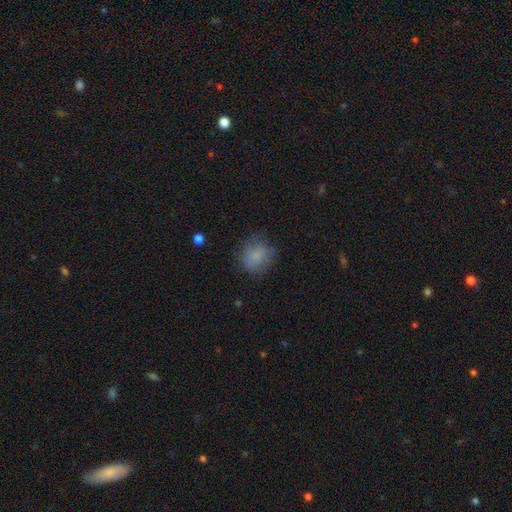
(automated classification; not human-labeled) Smooth or featured? Predicted: smooth (p=0.77). How rounded? Predicted: round (p=0.70). Merging? Predicted: none (p=0.66).